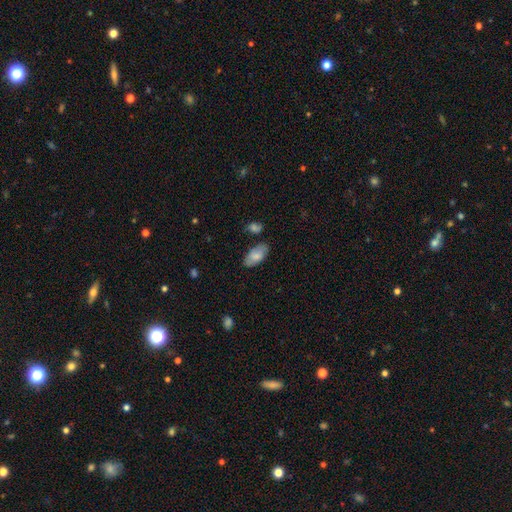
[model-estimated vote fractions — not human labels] Smooth or featured? smooth (75%)
How rounded? in between (93%)
Merging? none (75%)